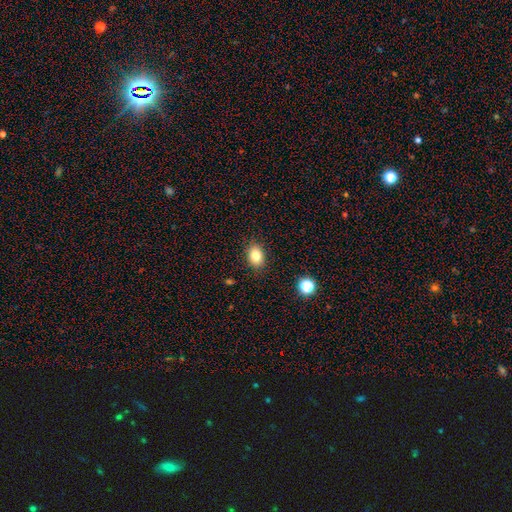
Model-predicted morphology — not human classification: Smooth or featured?
  - smooth: 83% *
  - star or artifact: 10%
  - featured or disk: 7%
How rounded?
  - in between: 76% *
  - round: 23%
  - cigar-shaped: 1%
Merging?
  - none: 87% *
  - minor disturbance: 9%
  - major disturbance: 2%
  - merger: 1%